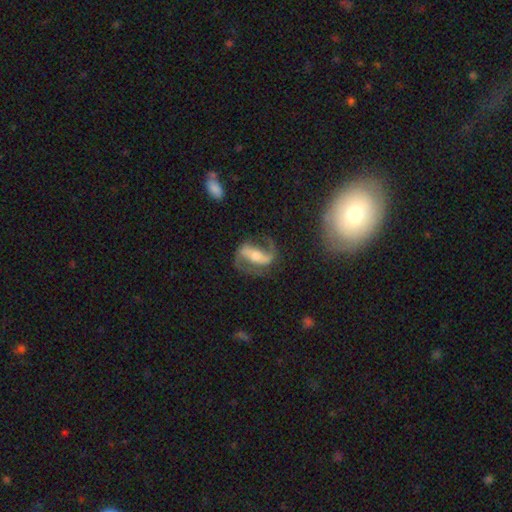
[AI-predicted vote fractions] This appears to be a featured or disk galaxy (86%) with a strong bar (61%), 2 (91%) medium (46%) spiral arms (94%) and a moderate central bulge (54%). Merging: none (72%).